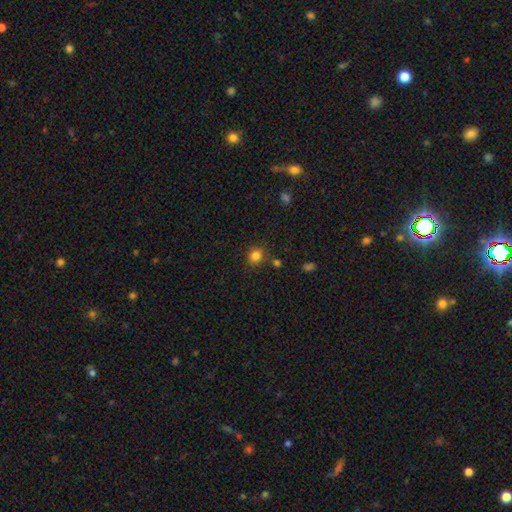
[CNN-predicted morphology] This is clearly a smooth galaxy (83%). How rounded: likely round (68%). Merging: likely none (78%).